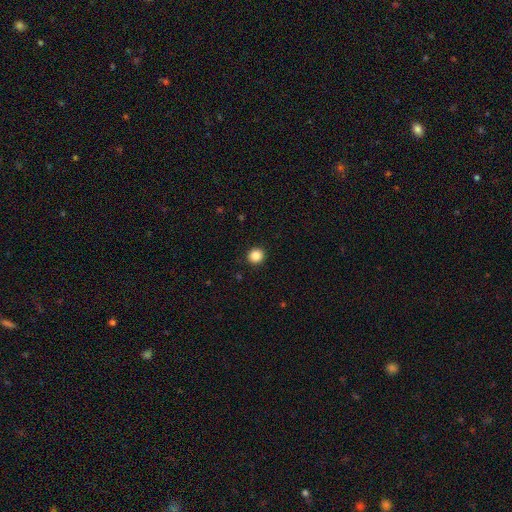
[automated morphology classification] A smooth galaxy with no disk features (86%) that is round (91%).

Vote fractions:
- Smooth or featured? smooth: 86% / star or artifact: 10% / featured or disk: 4%
- How rounded? round: 91% / in between: 8% / cigar-shaped: 1%
- Merging? none: 93% / minor disturbance: 5% / major disturbance: 2% / merger: 1%